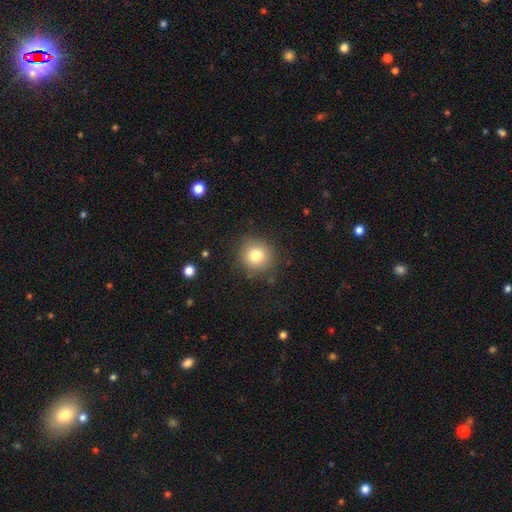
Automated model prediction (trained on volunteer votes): Q: Smooth or featured?
A: smooth (80%); runner-up: star or artifact (11%)
Q: How rounded?
A: round (91%); runner-up: in between (8%)
Q: Merging?
A: none (86%); runner-up: minor disturbance (9%)